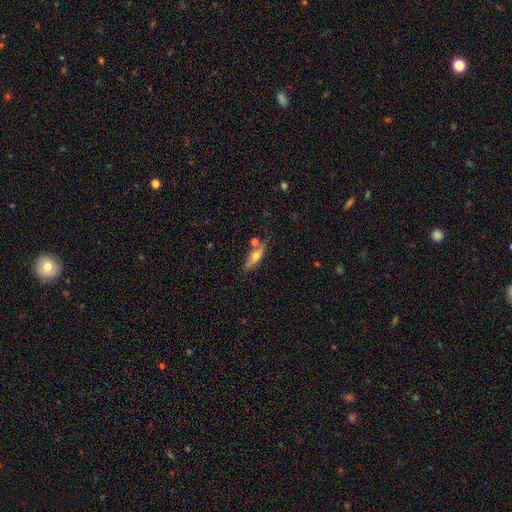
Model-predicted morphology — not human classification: Smooth or featured? Predicted: smooth (p=0.49). Merging? Predicted: none (p=0.68).